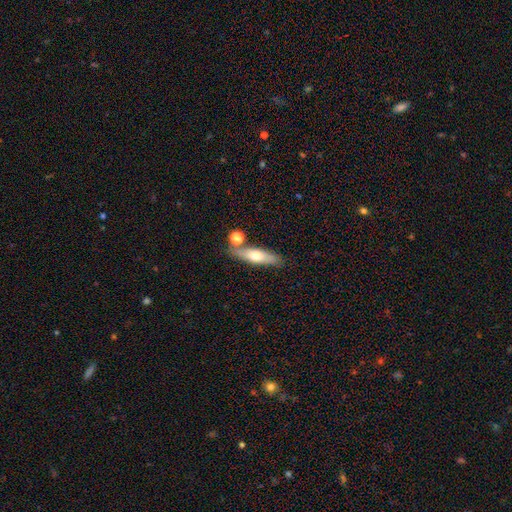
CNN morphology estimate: smooth_or_featured: smooth (p=0.56) [alt: featured or disk p=0.37]
how_rounded: cigar-shaped (p=0.67) [alt: in between p=0.30]
merging: none (p=0.71) [alt: merger p=0.14]